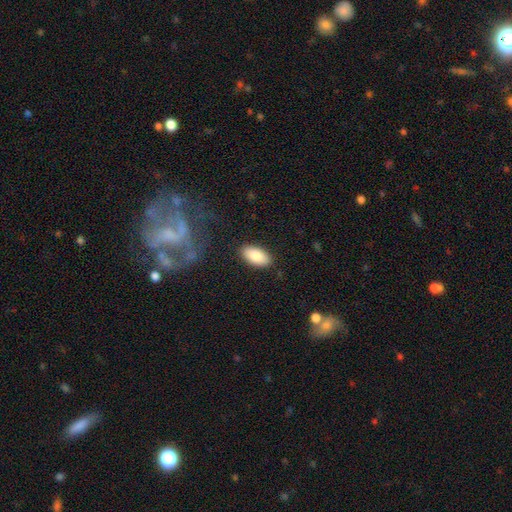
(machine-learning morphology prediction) smooth-or-featured: smooth: 84% | featured or disk: 9% | star or artifact: 6%
  how-rounded: in between: 94% | round: 3% | cigar-shaped: 3%
  merging: none: 87% | minor disturbance: 9% | major disturbance: 2% | merger: 1%